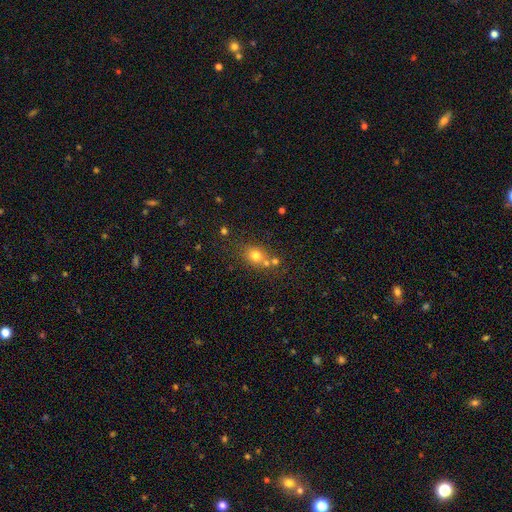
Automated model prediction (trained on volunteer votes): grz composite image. It shows a smooth galaxy with no disk features (73%) that is round (62%). Merging: none (61%).